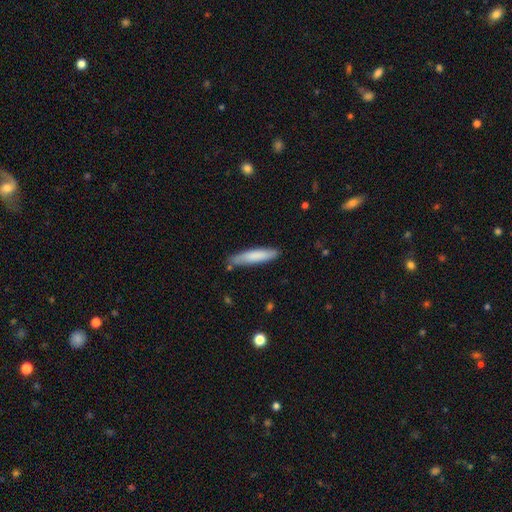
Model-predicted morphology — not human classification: A smooth galaxy with no disk features (79%) that is cigar-shaped (87%). Merging: none (80%).